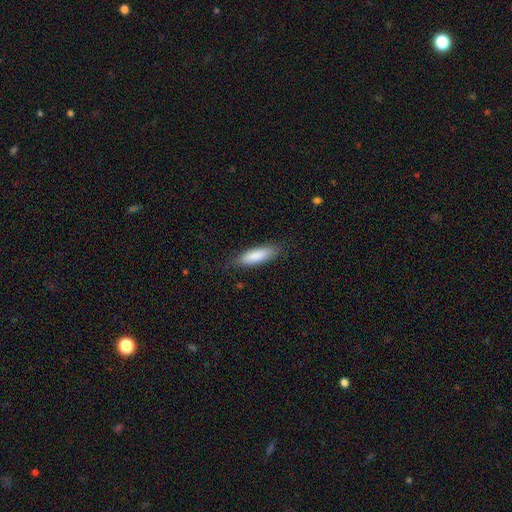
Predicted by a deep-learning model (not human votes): smooth 86%, featured or disk 8%, star or artifact 6%. Down the decision tree: how rounded — in between (50%); merging — none (82%).